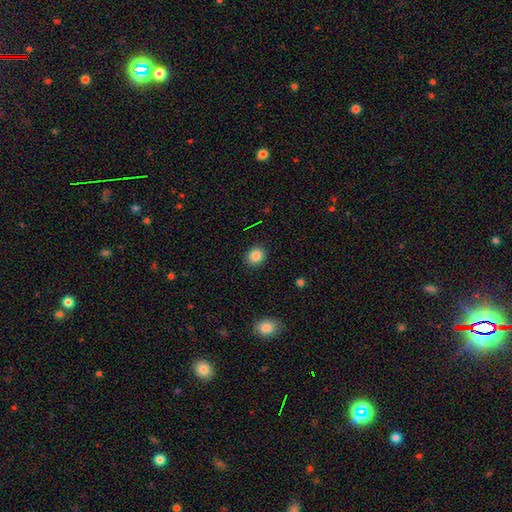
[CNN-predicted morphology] Q: Smooth or featured?
A: smooth (86%); runner-up: star or artifact (10%)
Q: How rounded?
A: round (76%); runner-up: in between (23%)
Q: Merging?
A: none (90%); runner-up: minor disturbance (6%)